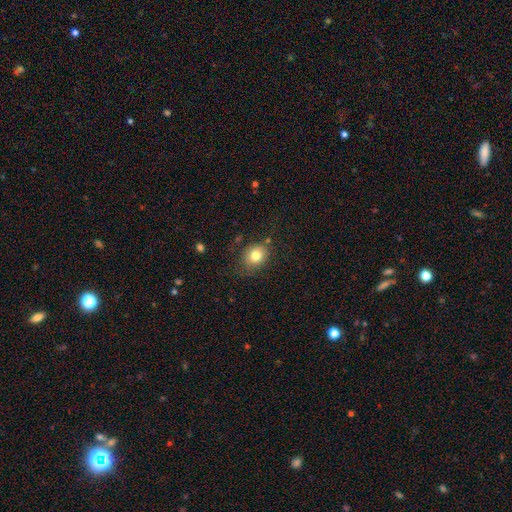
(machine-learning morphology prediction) type=smooth (79%); roundness=round (59%); merging=none (73%).